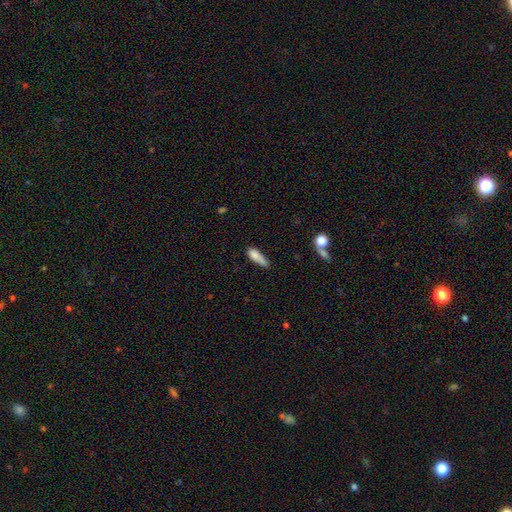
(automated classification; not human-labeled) smooth-or-featured: smooth: 79% | featured or disk: 13% | star or artifact: 8%
  how-rounded: in between: 54% | cigar-shaped: 43% | round: 3%
  merging: minor disturbance: 38% | none: 37% | major disturbance: 15% | merger: 10%